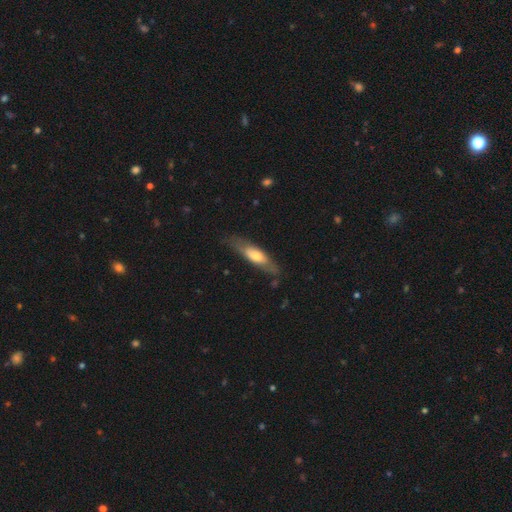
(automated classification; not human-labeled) Overall: smooth (55%; featured or disk 39%). How rounded: cigar-shaped (59%; in between 39%). Merging: none (73%).